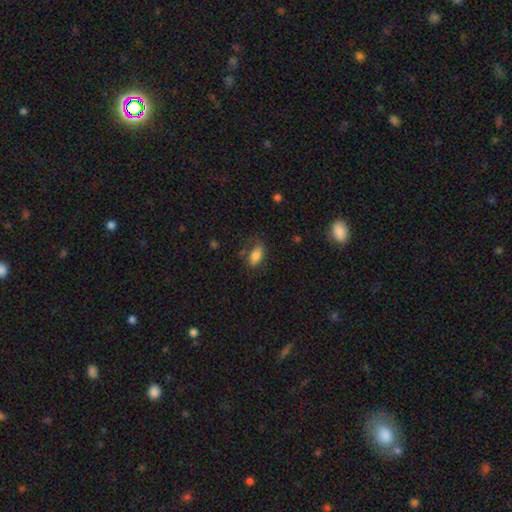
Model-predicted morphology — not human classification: Overall: smooth (80%). How rounded: in between (88%). Merging: none (67%).